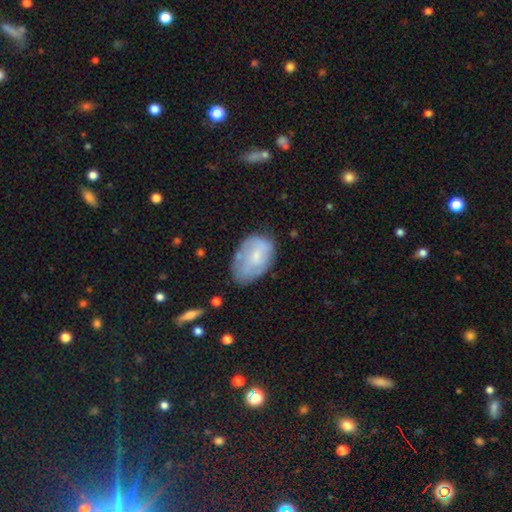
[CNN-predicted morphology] A smooth galaxy with no disk features (57%) that is in between round and cigar-shaped (89%).

Vote fractions:
- Smooth or featured? smooth: 57% / featured or disk: 36% / star or artifact: 7%
- How rounded? in between: 89% / round: 10% / cigar-shaped: 1%
- Merging? none: 55% / minor disturbance: 31% / major disturbance: 12% / merger: 3%